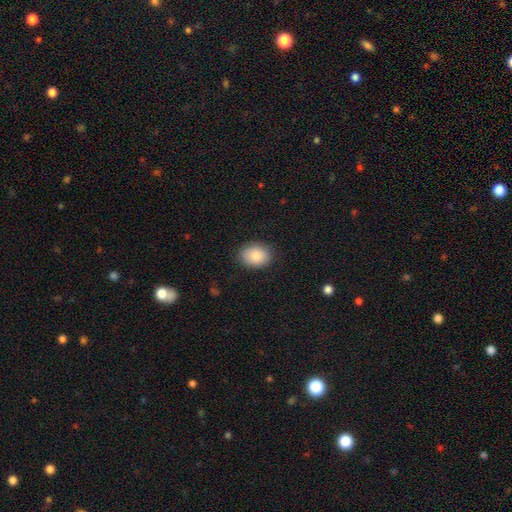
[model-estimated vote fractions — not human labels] Smooth or featured? smooth (85%)
How rounded? in between (63%)
Merging? none (87%)